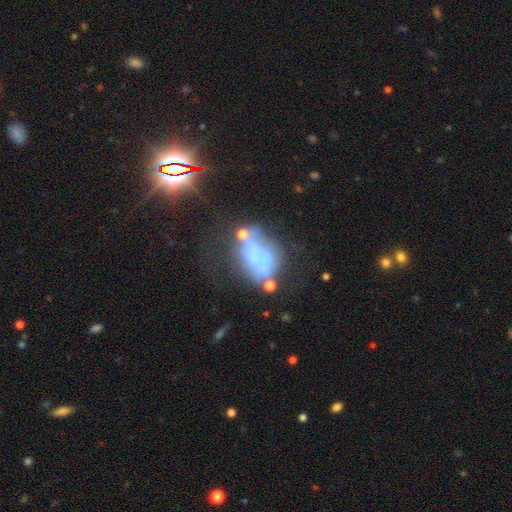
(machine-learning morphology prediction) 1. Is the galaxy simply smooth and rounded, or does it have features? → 57% featured or disk, 24% smooth, 19% star or artifact.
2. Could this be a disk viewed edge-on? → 96% no, 4% yes.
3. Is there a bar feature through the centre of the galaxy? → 89% no, 7% weak, 4% strong.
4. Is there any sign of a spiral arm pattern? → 91% no, 9% yes.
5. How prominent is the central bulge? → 64% none, 18% small, 12% moderate, 4% large, 2% dominant.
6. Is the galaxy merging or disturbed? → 29% none, 27% major disturbance, 26% merger, 18% minor disturbance.